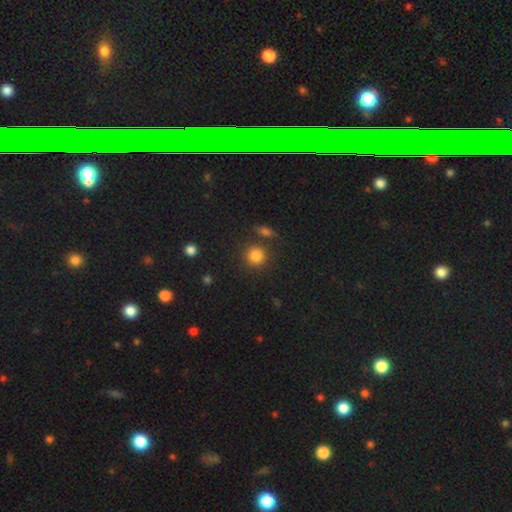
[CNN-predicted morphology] A smooth galaxy with no disk features (84%) that is round (91%). Merging: none (82%).